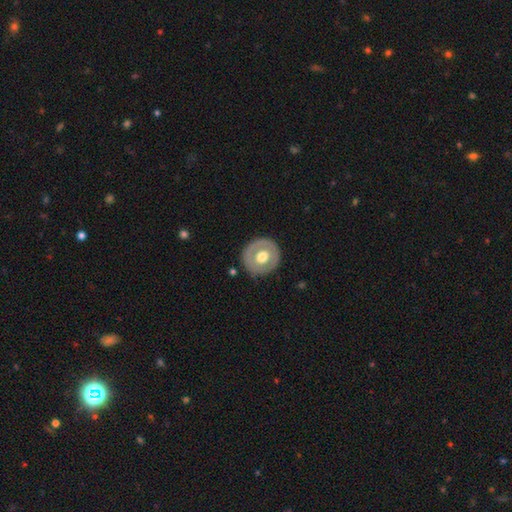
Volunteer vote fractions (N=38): smooth_or_featured: featured or disk (p=0.47) [alt: smooth p=0.42]
disk_edge_on: no (p=0.89) [alt: yes p=0.11]
bar: no (p=0.88) [alt: strong p=0.12]
has_spiral_arms: no (p=0.94) [alt: yes p=0.06]
bulge_size: moderate (p=0.81) [alt: dominant p=0.06]
merging: none (p=0.91) [alt: minor disturbance p=0.06]